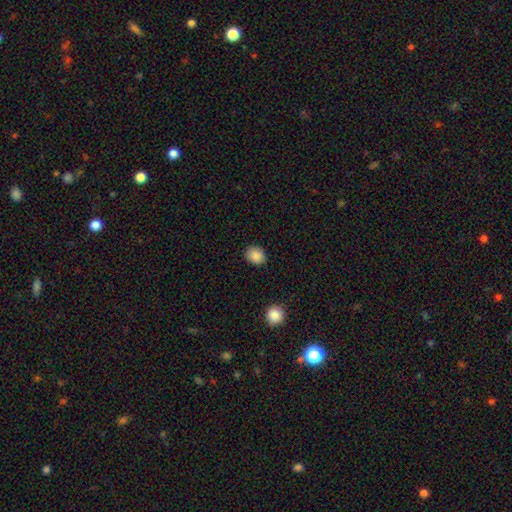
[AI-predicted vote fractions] Smooth or featured? Predicted: smooth (p=0.88). How rounded? Predicted: round (p=0.71). Merging? Predicted: none (p=0.89).